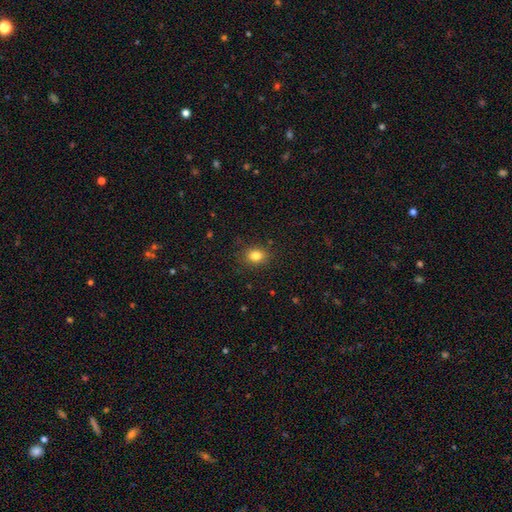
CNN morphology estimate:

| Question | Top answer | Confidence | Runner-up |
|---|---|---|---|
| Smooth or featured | smooth | 82% | star or artifact (12%) |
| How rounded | round | 58% | in between (41%) |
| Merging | none | 86% | minor disturbance (10%) |